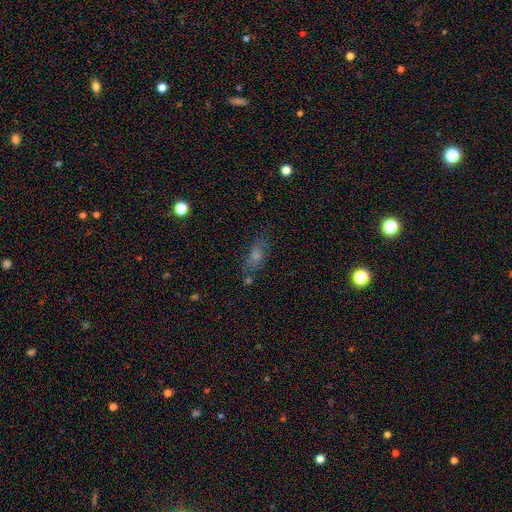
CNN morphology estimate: Smooth or featured? smooth (63%)
How rounded? in between (71%)
Merging? none (63%)